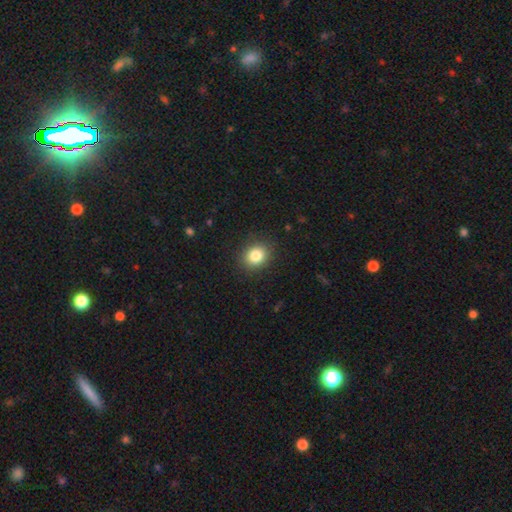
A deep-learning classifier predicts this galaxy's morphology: smooth 82%, star or artifact 11%, featured or disk 7%. Down the decision tree: how rounded — round (71%); merging — none (90%).